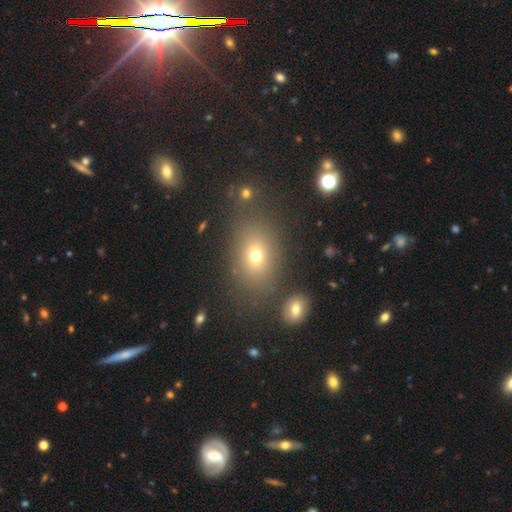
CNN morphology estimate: type=smooth (69%); roundness=in between (67%); merging=none (77%).